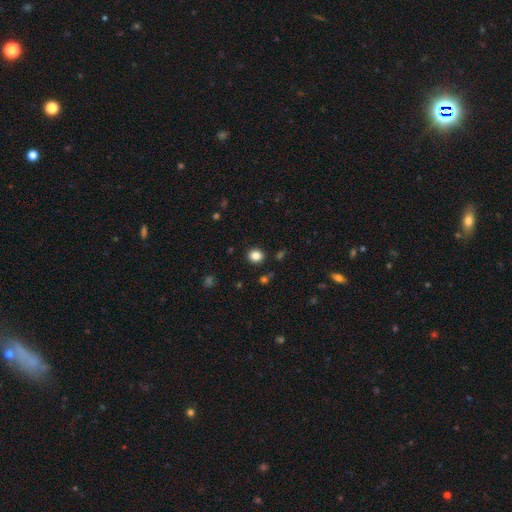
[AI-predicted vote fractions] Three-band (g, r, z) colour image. It shows a smooth galaxy with no disk features (84%) that is round (76%). Merging: none (89%).